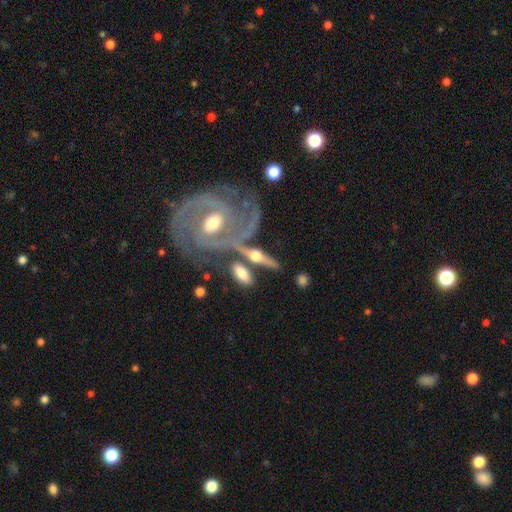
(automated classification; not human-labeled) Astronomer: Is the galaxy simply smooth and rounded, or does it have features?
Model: featured or disk — 63%.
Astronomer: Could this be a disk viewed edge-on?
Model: yes — 73%.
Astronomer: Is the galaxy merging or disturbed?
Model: none — 50% (runner-up: merger, 27%).